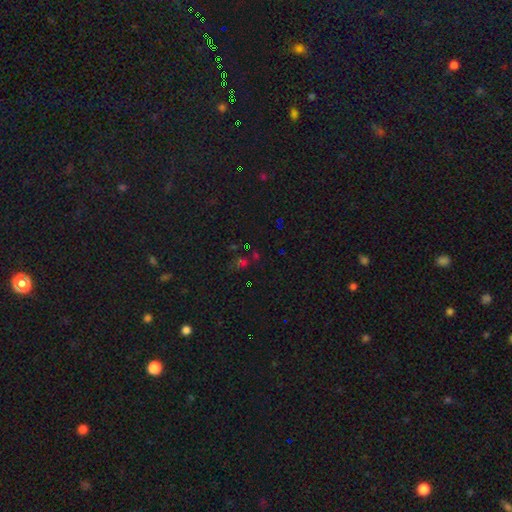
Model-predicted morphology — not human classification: star or artifact 61%, smooth 29%, featured or disk 10%.